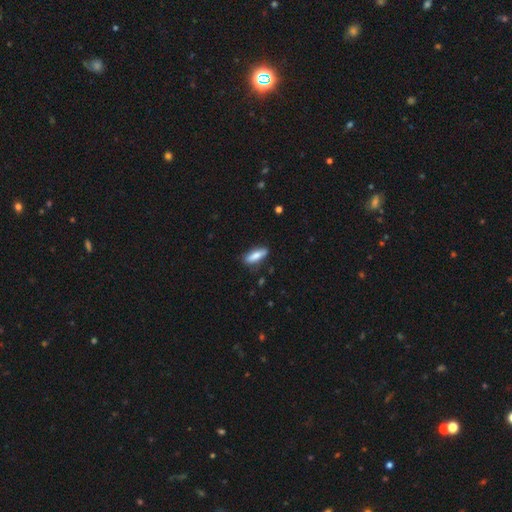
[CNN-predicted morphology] smooth_or_featured: smooth (p=0.77) [alt: featured or disk p=0.17]
how_rounded: in between (p=0.50) [alt: cigar-shaped p=0.48]
merging: none (p=0.80) [alt: minor disturbance p=0.15]